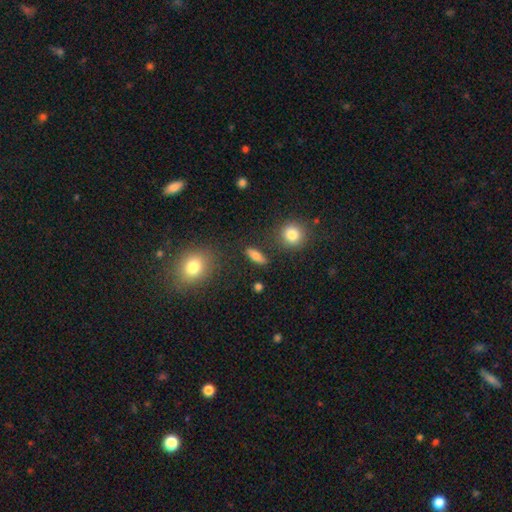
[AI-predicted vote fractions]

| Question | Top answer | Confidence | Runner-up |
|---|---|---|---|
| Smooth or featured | smooth | 77% | featured or disk (14%) |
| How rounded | in between | 60% | cigar-shaped (30%) |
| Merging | none | 83% | minor disturbance (10%) |